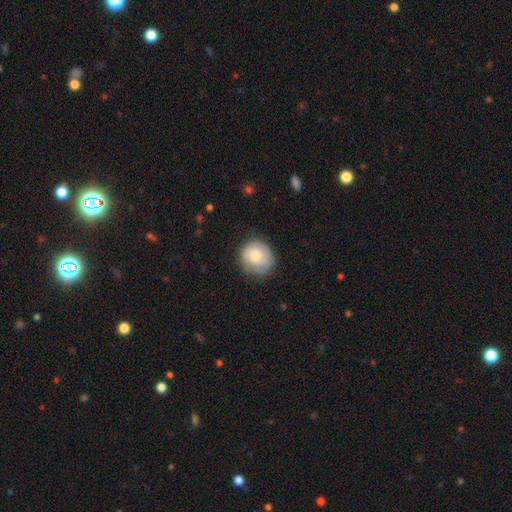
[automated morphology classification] Overall: smooth (63%; featured or disk 30%). How rounded: round (83%). Merging: none (74%).